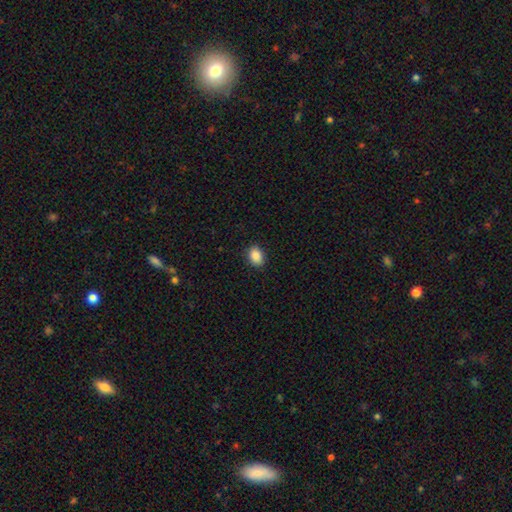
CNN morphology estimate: smooth 89%, star or artifact 8%, featured or disk 3%. Down the decision tree: how rounded — in between (73%); merging — none (88%).